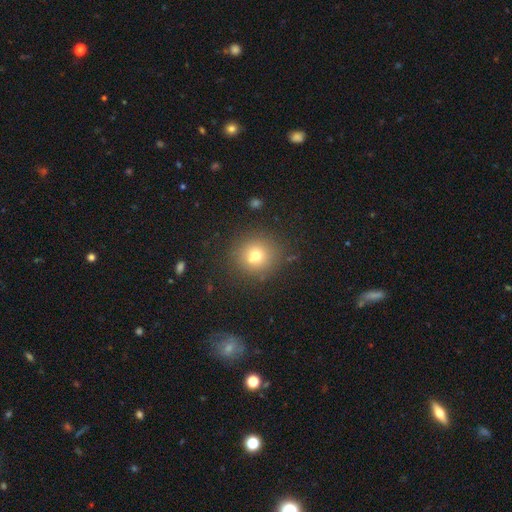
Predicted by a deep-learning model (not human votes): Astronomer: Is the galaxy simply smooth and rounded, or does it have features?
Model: smooth — 70%.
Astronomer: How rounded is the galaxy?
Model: round — 92%.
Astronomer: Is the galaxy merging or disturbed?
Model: none — 77%.